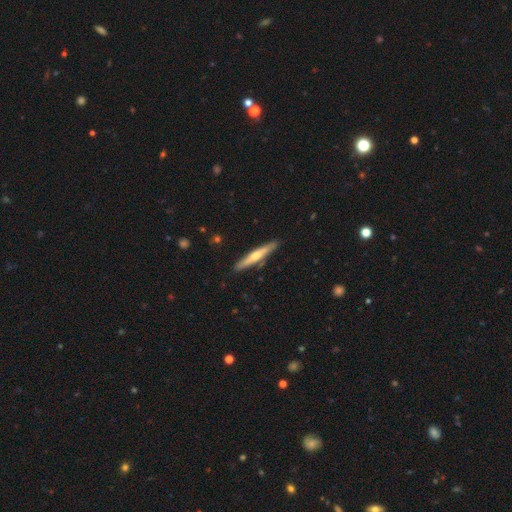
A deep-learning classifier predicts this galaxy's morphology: This is possibly a featured or disk galaxy (58%). It is clearly viewed edge-on (95%). Edge-on bulge: clearly rounded (85%). Merging: clearly none (87%).